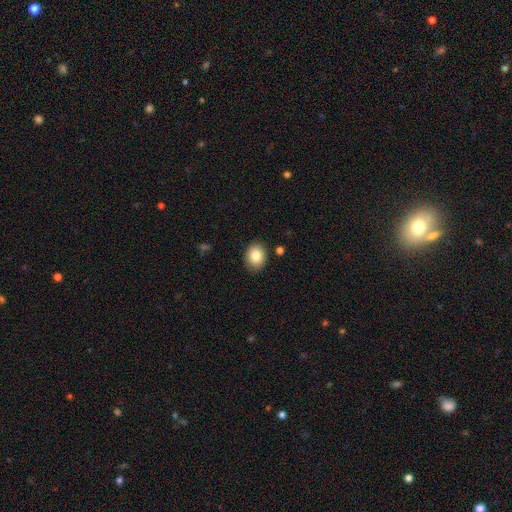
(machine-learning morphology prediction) This is clearly a smooth galaxy (84%). How rounded: possibly in between (54%). Merging: clearly none (87%).